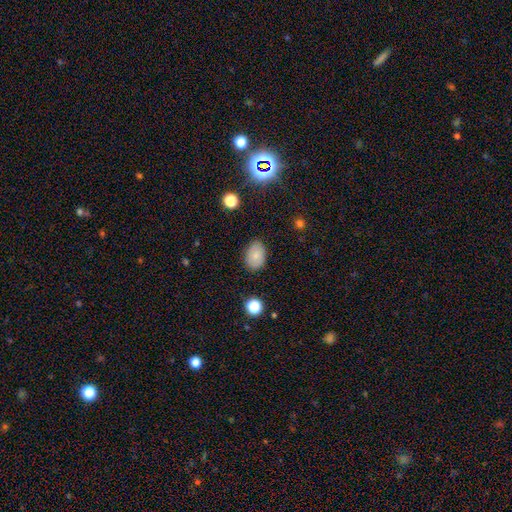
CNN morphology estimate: smooth 81%, featured or disk 10%, star or artifact 9%. Down the decision tree: how rounded — in between (82%); merging — none (83%).